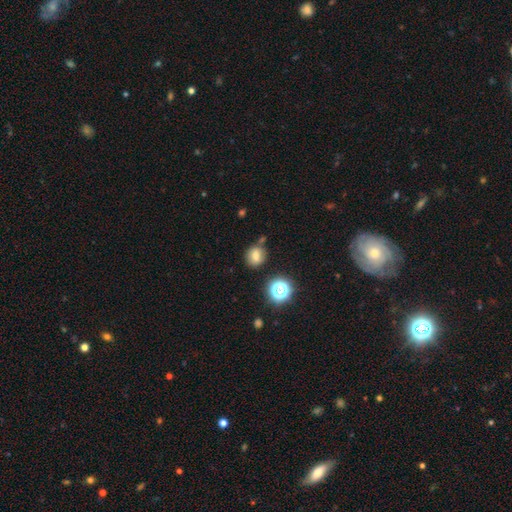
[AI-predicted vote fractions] smooth_or_featured: smooth (p=0.73) [alt: star or artifact p=0.16]
how_rounded: round (p=0.72) [alt: in between p=0.27]
merging: none (p=0.75) [alt: minor disturbance p=0.13]